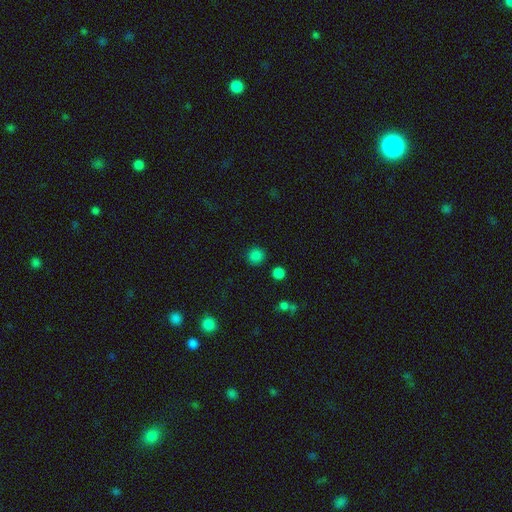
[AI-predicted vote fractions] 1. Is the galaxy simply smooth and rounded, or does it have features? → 82% smooth, 15% star or artifact, 3% featured or disk.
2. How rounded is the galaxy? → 93% round, 6% in between, 1% cigar-shaped.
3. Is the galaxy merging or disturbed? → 88% none, 6% minor disturbance, 3% merger, 3% major disturbance.